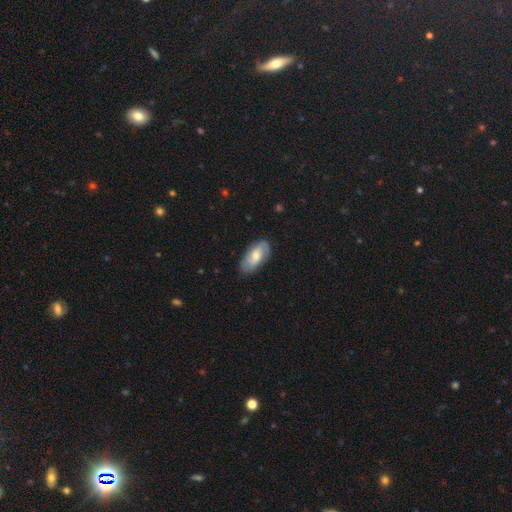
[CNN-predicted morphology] A featured or disk galaxy (47%). Merging: none (78%).